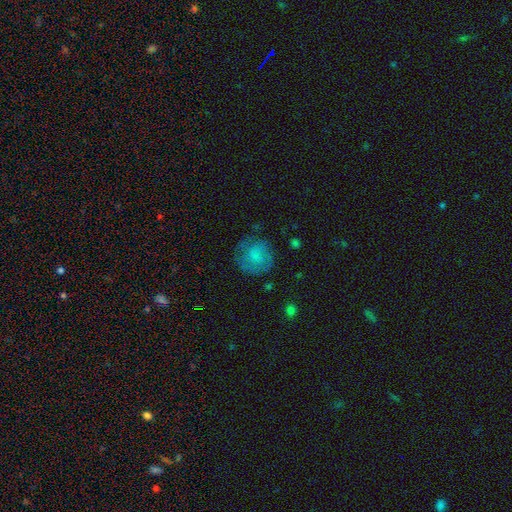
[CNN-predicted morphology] smooth 62%, featured or disk 29%, star or artifact 9%. Down the decision tree: how rounded — round (87%); merging — none (66%).